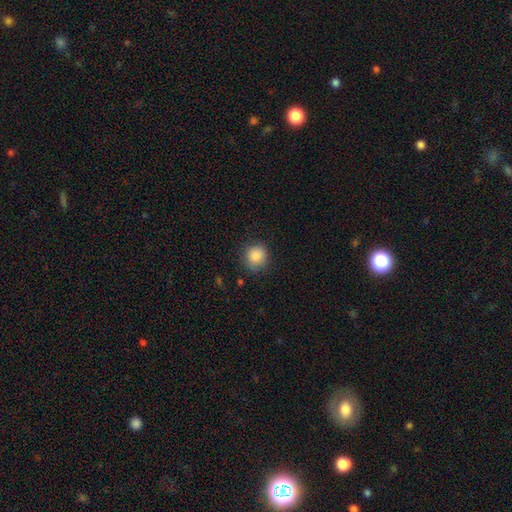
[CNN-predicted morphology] This appears to be a smooth galaxy with no disk features (85%) that is round (92%). Merging: none (83%).